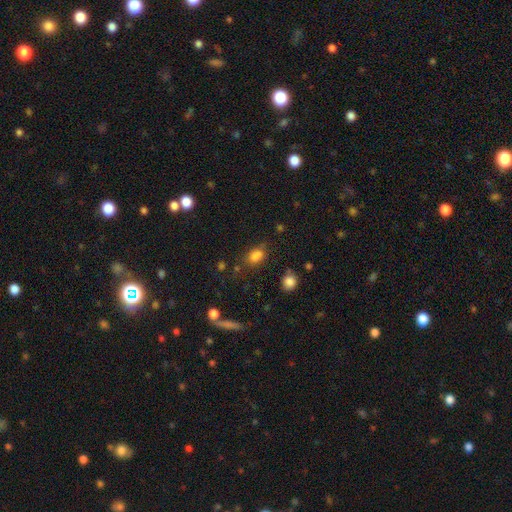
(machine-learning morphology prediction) Smooth or featured: smooth — 80% (star or artifact — 14%)
How rounded: in between — 75% (round — 22%)
Merging: none — 66% (minor disturbance — 20%)